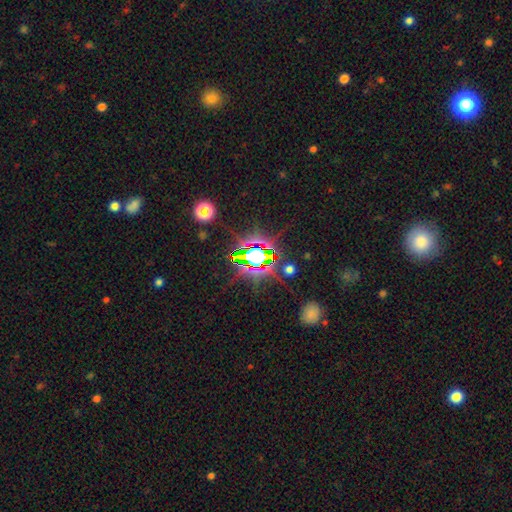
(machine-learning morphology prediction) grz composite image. It shows a star or artifact, not a galaxy (78%).